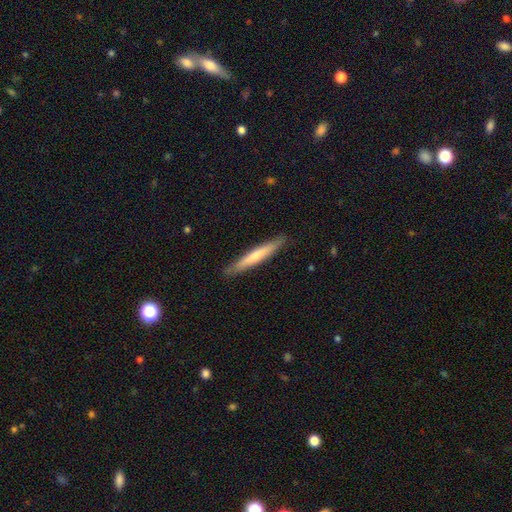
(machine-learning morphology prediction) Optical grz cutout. It shows a smooth galaxy with no disk features (58%) that is cigar-shaped (95%). Merging: none (89%).